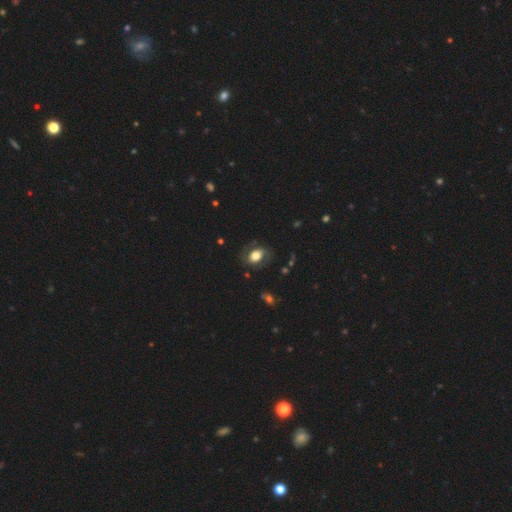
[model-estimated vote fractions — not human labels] smooth_or_featured: smooth (p=0.49) [alt: featured or disk p=0.43]
merging: none (p=0.71) [alt: minor disturbance p=0.17]